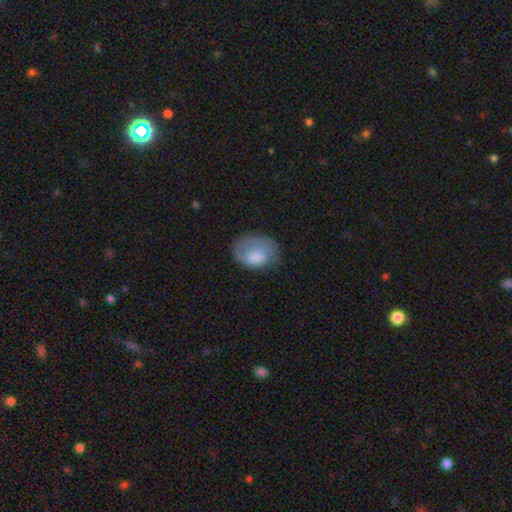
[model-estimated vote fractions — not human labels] This appears to be a smooth galaxy with no disk features (73%) that is in between round and cigar-shaped (70%). Merging: none (43%).